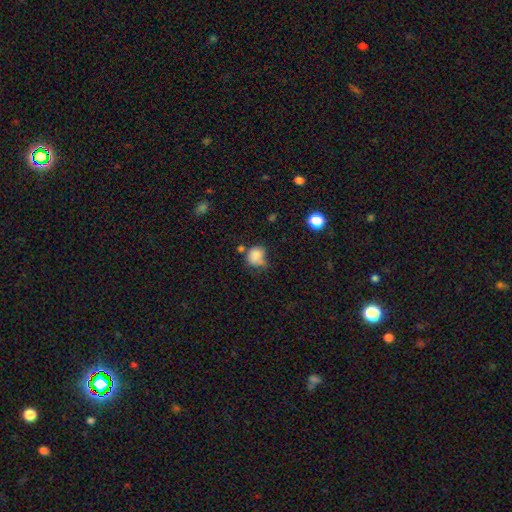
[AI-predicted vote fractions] A smooth galaxy with no disk features (81%) that is round (72%). Merging: none (42%).